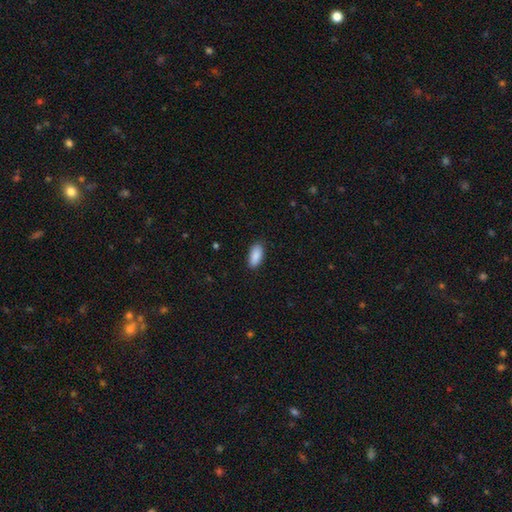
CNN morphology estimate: This is clearly a smooth galaxy (90%). How rounded: clearly in between (91%). Merging: clearly none (87%).